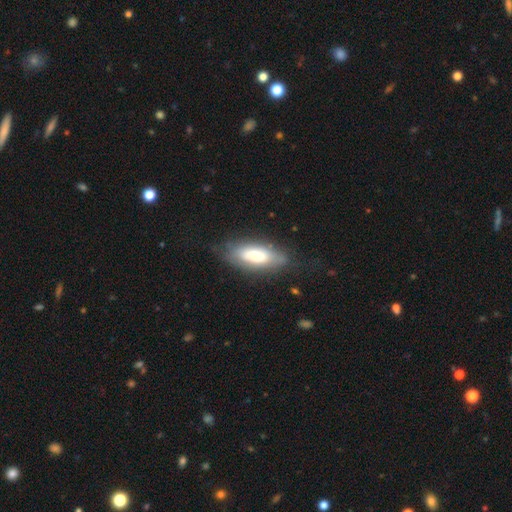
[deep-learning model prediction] Smooth or featured?
  - smooth: 62% *
  - featured or disk: 31%
  - star or artifact: 7%
How rounded?
  - in between: 80% *
  - cigar-shaped: 18%
  - round: 3%
Merging?
  - none: 68% *
  - minor disturbance: 21%
  - major disturbance: 8%
  - merger: 2%